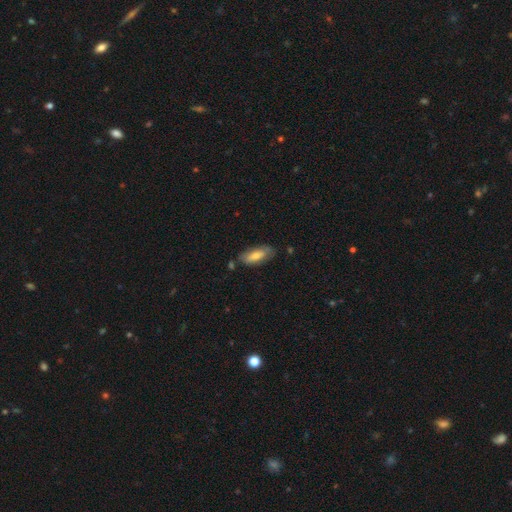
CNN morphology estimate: This appears to be a smooth galaxy with no disk features (68%) that is in between round and cigar-shaped (74%). Merging: none (68%).